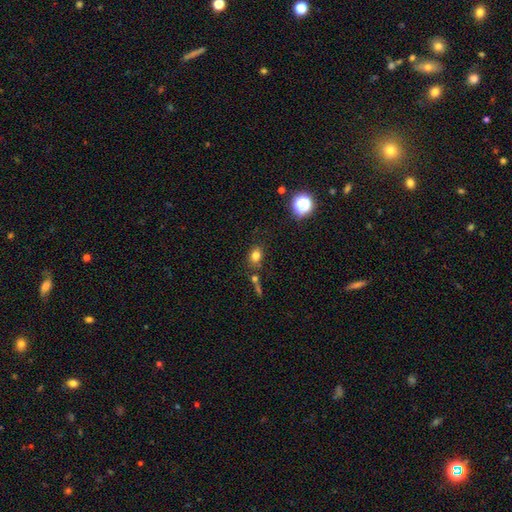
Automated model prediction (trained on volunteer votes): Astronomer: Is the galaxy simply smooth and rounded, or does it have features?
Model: smooth — 77%.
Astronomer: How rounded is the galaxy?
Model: in between — 58% (runner-up: round, 40%).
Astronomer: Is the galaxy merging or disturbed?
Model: none — 72%.